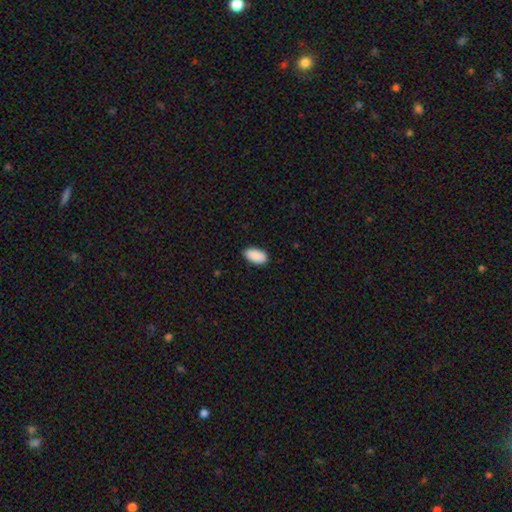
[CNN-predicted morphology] This is clearly a smooth galaxy (91%). How rounded: clearly in between (95%). Merging: clearly none (87%).